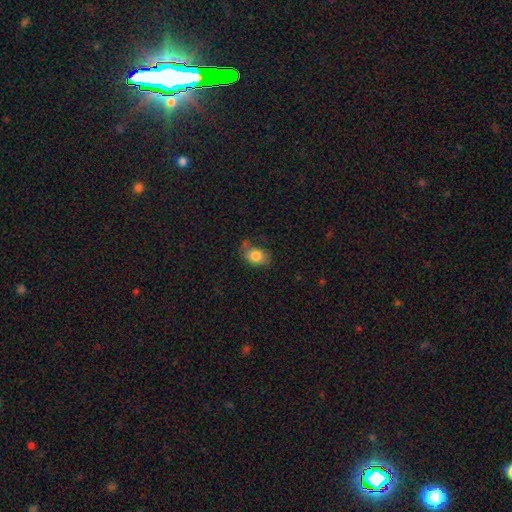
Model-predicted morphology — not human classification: The model was most divided on "merging": none: 54%, minor disturbance: 29%, major disturbance: 12%, merger: 4%. More confident: smooth or featured — smooth (82%); how rounded — in between (75%).